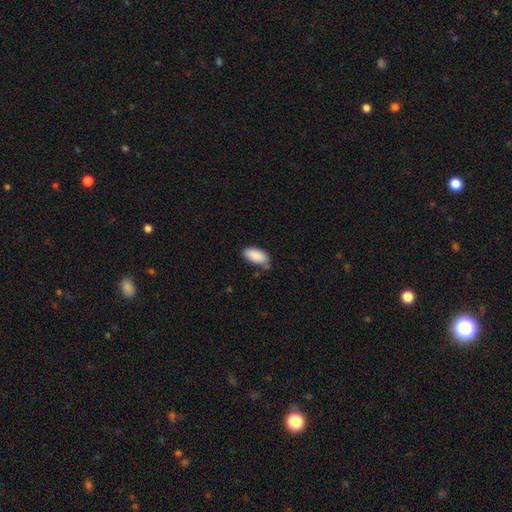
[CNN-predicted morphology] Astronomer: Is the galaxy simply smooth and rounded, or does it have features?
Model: smooth — 88%.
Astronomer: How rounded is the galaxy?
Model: in between — 93%.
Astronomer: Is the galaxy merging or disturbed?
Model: none — 64%.